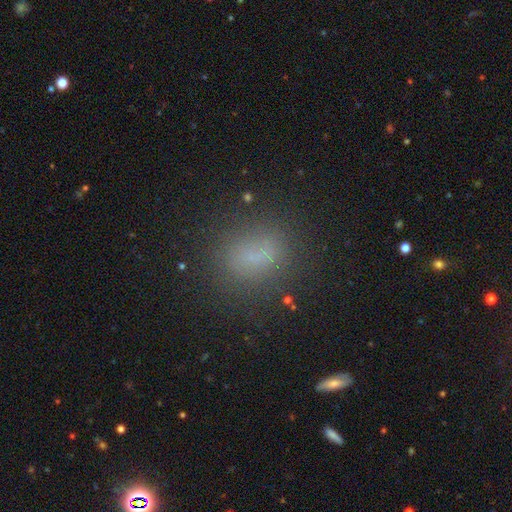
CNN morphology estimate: A smooth galaxy with no disk features (69%) that is in between round and cigar-shaped (62%). Merging: none (77%).